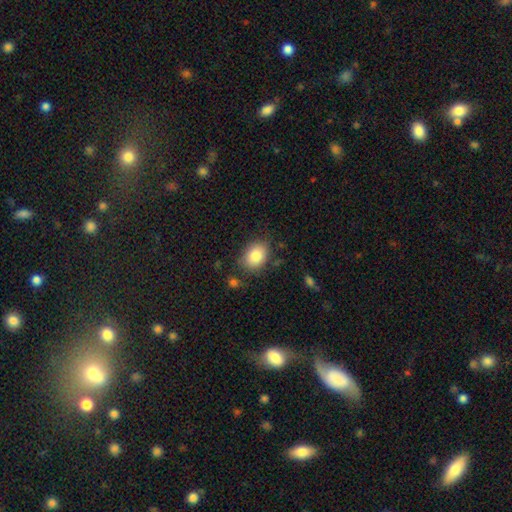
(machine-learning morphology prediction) Q: Smooth or featured?
A: smooth (84%); runner-up: star or artifact (8%)
Q: How rounded?
A: in between (66%); runner-up: round (33%)
Q: Merging?
A: none (77%); runner-up: minor disturbance (16%)